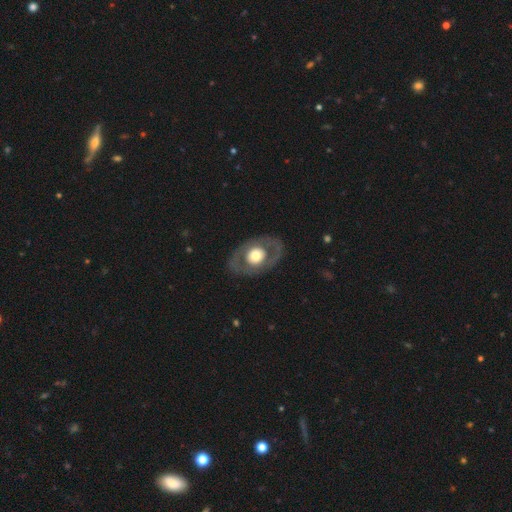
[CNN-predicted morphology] Smooth or featured? Predicted: featured or disk (p=0.54). Edge-on disk? Predicted: no (p=0.91). Merging? Predicted: none (p=0.81).